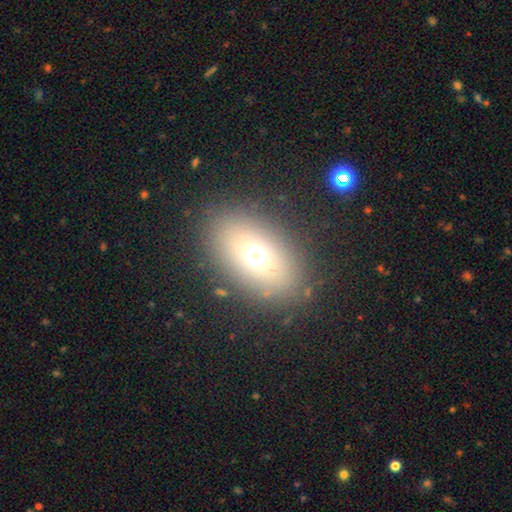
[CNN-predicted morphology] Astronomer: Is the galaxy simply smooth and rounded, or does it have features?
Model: smooth — 66%.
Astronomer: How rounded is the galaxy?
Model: in between — 81%.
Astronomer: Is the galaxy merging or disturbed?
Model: none — 84%.